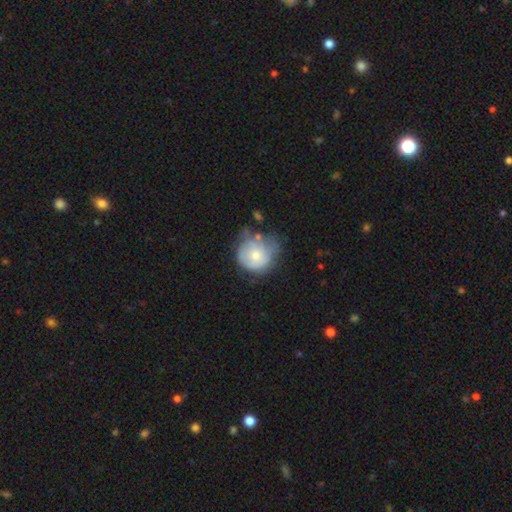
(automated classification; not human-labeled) A smooth galaxy with no disk features (55%) that is round (79%). Merging: none (38%).